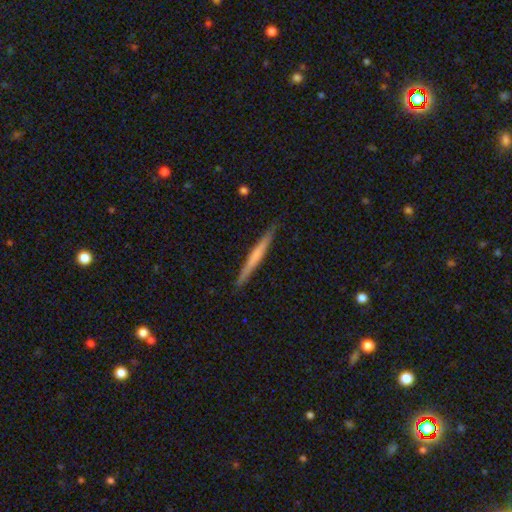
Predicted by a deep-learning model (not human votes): smooth 48%, featured or disk 46%, star or artifact 5%. Down the decision tree: merging — none (91%).